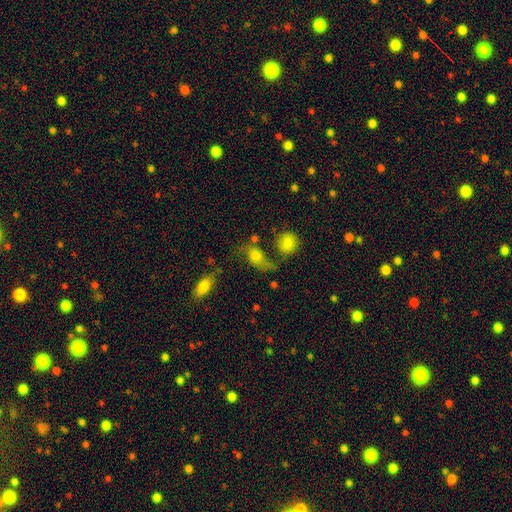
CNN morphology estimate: smooth_or_featured: smooth (p=0.56) [alt: featured or disk p=0.30]
how_rounded: in between (p=0.64) [alt: round p=0.31]
merging: none (p=0.40) [alt: major disturbance p=0.21]